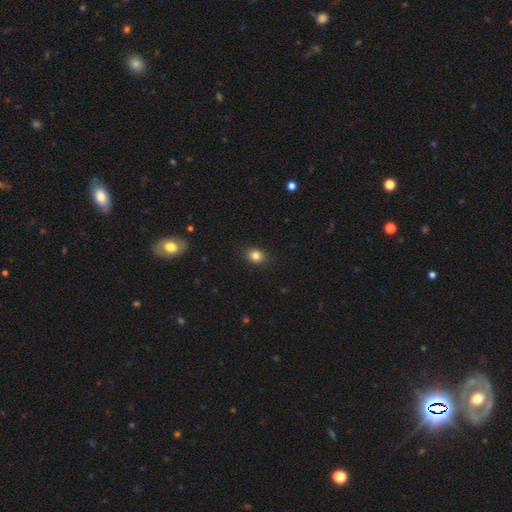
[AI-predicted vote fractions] The model was most divided on "how rounded": round: 51%, in between: 47%, cigar-shaped: 1%. More confident: merging — none (88%); smooth or featured — smooth (84%).